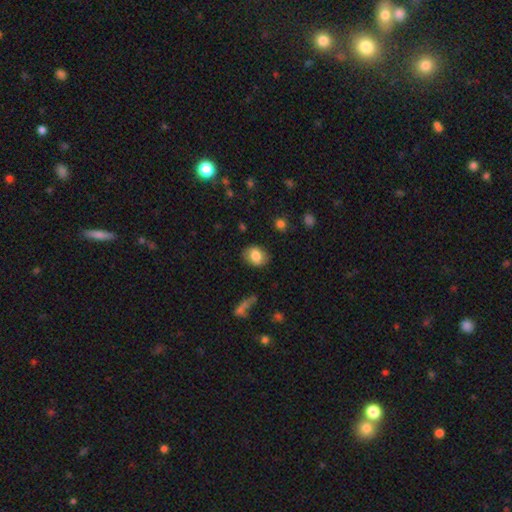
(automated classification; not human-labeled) A smooth galaxy with no disk features (79%) that is in between round and cigar-shaped (54%). Merging: none (85%).